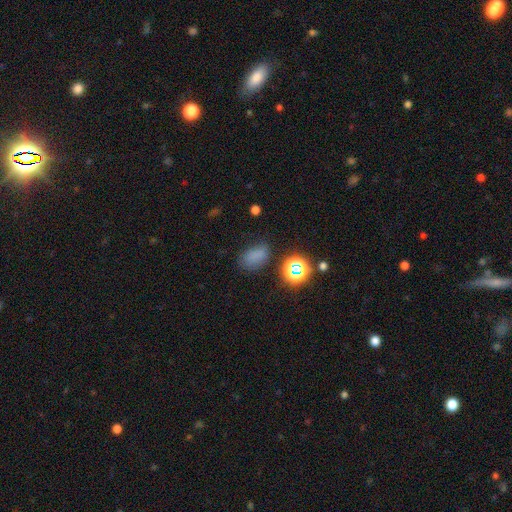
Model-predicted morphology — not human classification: This appears to be a smooth galaxy with no disk features (70%) that is in between round and cigar-shaped (80%). Merging: none (67%).